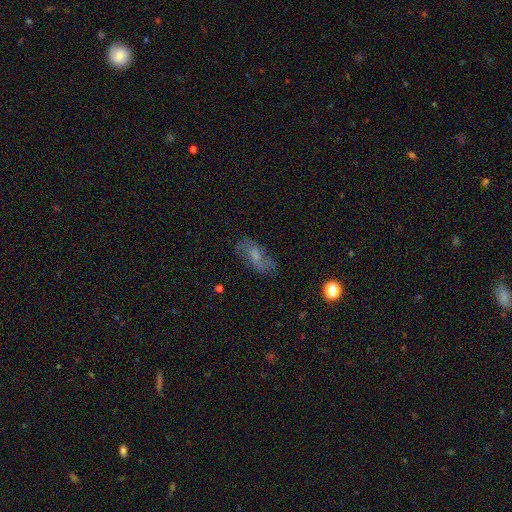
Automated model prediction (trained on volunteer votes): smooth_or_featured: featured or disk (p=0.46) [alt: smooth p=0.44]
merging: none (p=0.67) [alt: minor disturbance p=0.21]